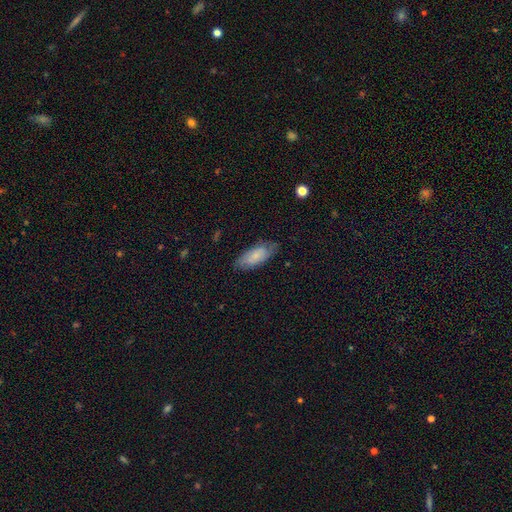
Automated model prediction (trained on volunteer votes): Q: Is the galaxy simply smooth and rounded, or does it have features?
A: smooth — 71%.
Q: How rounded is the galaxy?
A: in between — 82%.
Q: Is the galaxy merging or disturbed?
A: none — 75%.